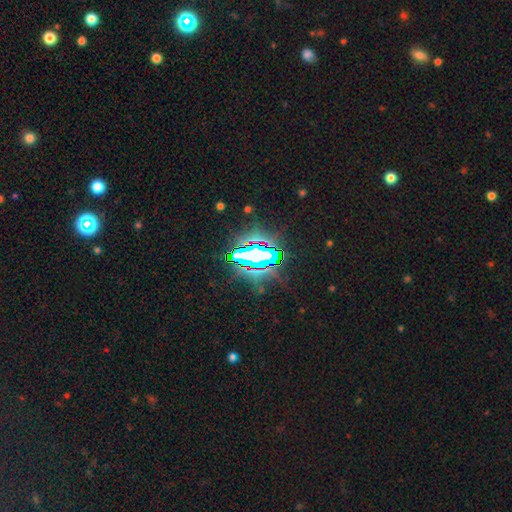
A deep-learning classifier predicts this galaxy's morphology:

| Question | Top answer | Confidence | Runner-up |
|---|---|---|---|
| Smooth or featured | star or artifact | 75% | smooth (12%) |